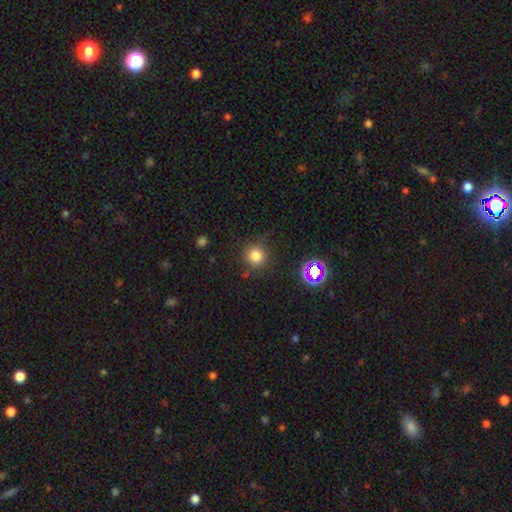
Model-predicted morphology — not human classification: A smooth galaxy with no disk features (77%) that is round (93%). Merging: none (82%).